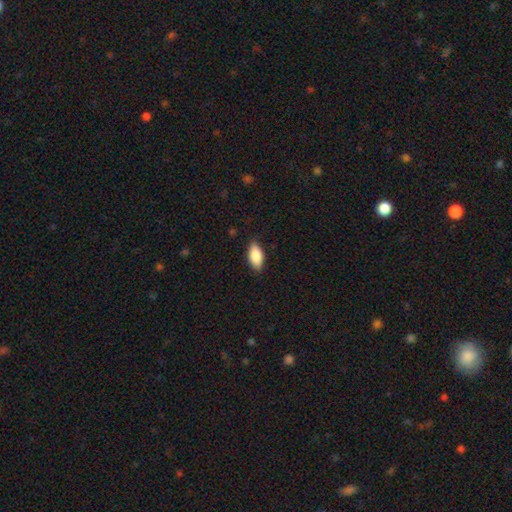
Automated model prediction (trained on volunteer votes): Overall: smooth (87%). How rounded: in between (91%). Merging: none (85%).